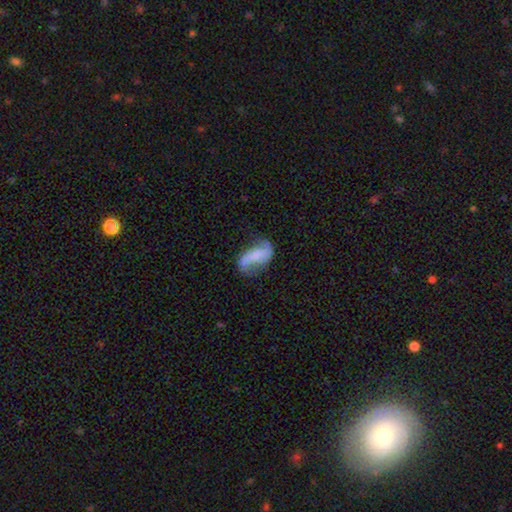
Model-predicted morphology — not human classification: Overall: featured or disk (71%). Edge-on disk: no (96%). Bar: no (40%; weak 33%). Spiral arms: yes (91%). Spiral arm count: 2 (88%). Spiral winding: loose (73%). Bulge size: none (51%; small 26%). Merging: none (59%; minor disturbance 23%).